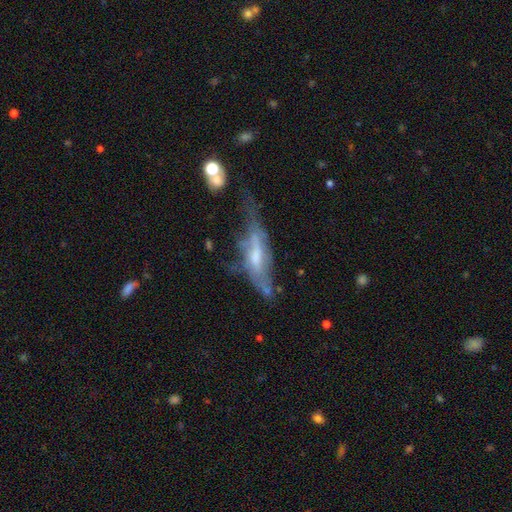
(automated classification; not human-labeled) smooth-or-featured: featured or disk: 62% | smooth: 29% | star or artifact: 9%
  disk-edge-on: no: 59% | yes: 41%
  merging: major disturbance: 39% | minor disturbance: 26% | none: 25% | merger: 10%